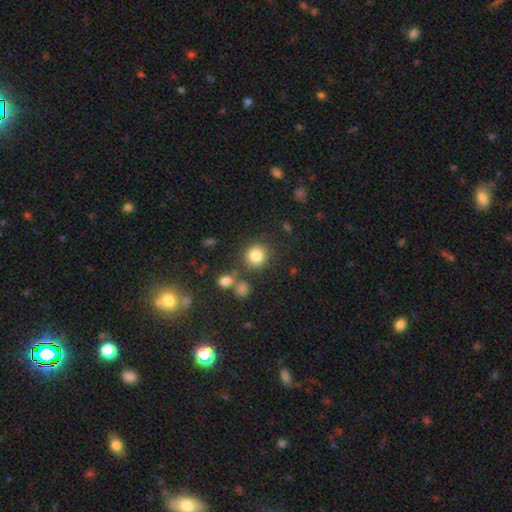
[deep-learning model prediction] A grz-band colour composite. It shows a smooth galaxy with no disk features (83%) that is round (90%). Merging: none (78%).